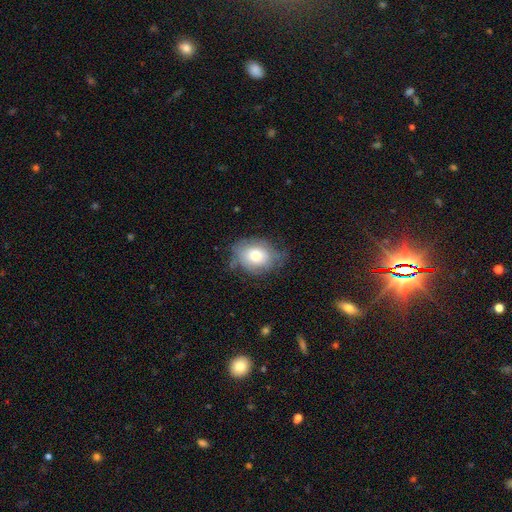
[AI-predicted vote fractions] Smooth or featured? smooth (68%)
How rounded? in between (61%)
Merging? none (54%)